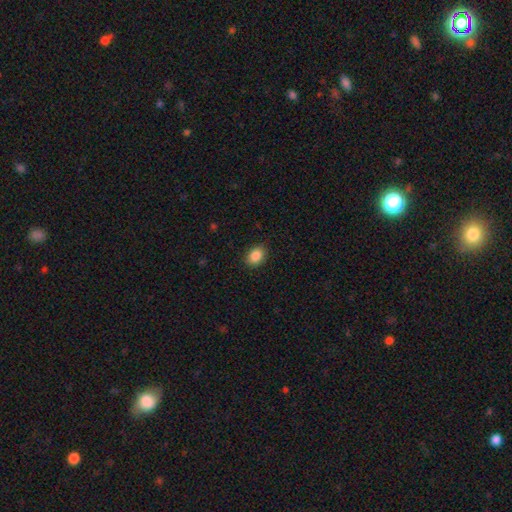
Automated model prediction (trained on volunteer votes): smooth 88%, star or artifact 8%, featured or disk 4%. Down the decision tree: how rounded — in between (74%); merging — none (88%).